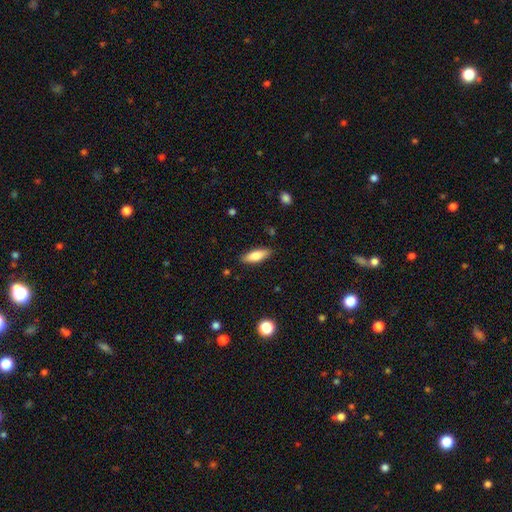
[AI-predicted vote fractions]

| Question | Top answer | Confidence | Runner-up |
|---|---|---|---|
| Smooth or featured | smooth | 80% | featured or disk (14%) |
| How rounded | in between | 61% | cigar-shaped (37%) |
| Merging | none | 86% | minor disturbance (10%) |